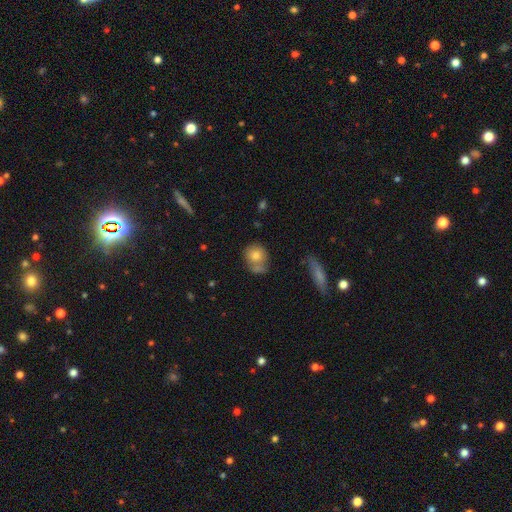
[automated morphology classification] This is likely a smooth galaxy (72%). How rounded: likely round (73%). Merging: possibly none (49%).